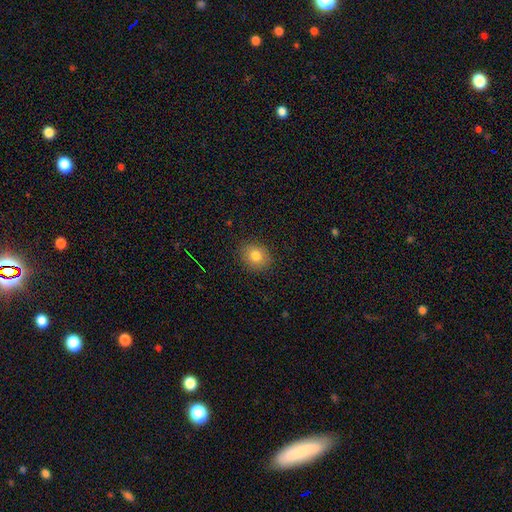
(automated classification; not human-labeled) The model was most divided on "how rounded": round: 64%, in between: 35%, cigar-shaped: 1%. More confident: merging — none (88%); smooth or featured — smooth (80%).